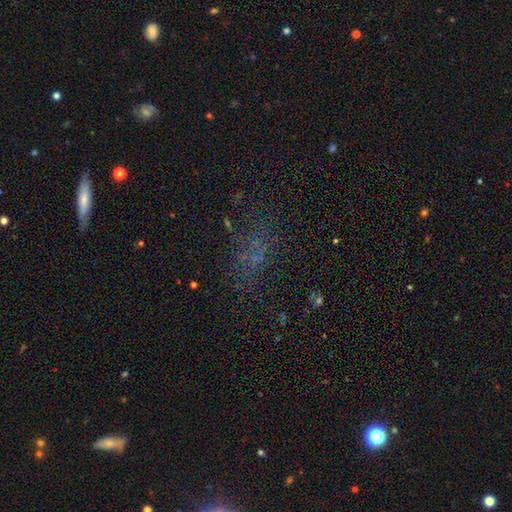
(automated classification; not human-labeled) Q: Smooth or featured?
A: smooth (40%); runner-up: star or artifact (38%)
Q: Merging?
A: none (61%); runner-up: major disturbance (17%)